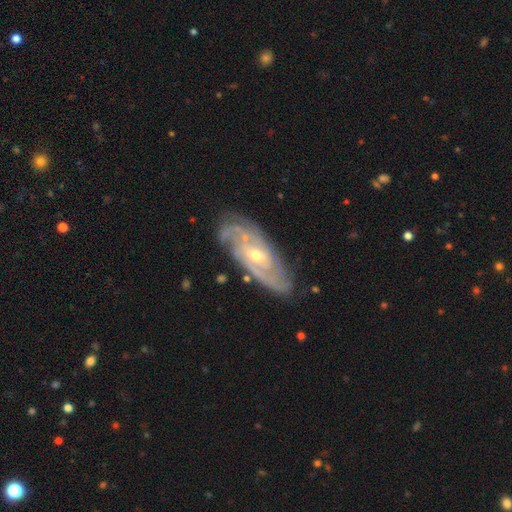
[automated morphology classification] smooth-or-featured: featured or disk: 89% | smooth: 6% | star or artifact: 5%
  disk-edge-on: no: 92% | yes: 8%
    bar: no: 55% | weak: 34% | strong: 10%
    has-spiral-arms: yes: 97% | no: 3%
      spiral-winding: tight: 59% | medium: 34% | loose: 7%
      spiral-arm-count: 2: 33% | 3: 25% | can't tell: 22% | 4: 10% | more than 4: 5% | 1: 5%
    bulge-size: small: 50% | moderate: 47% | large: 1% | none: 1% | dominant: 1%
  merging: none: 77% | minor disturbance: 17% | major disturbance: 5% | merger: 2%